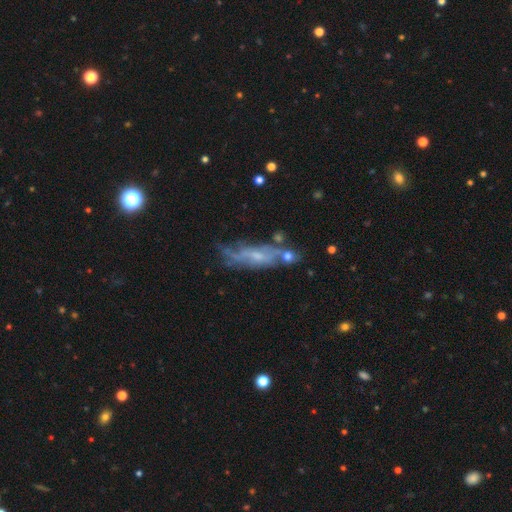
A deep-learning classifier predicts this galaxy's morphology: featured or disk 63%, smooth 28%, star or artifact 9%. Down the decision tree: edge-on disk — no (71%); merging — none (39%).